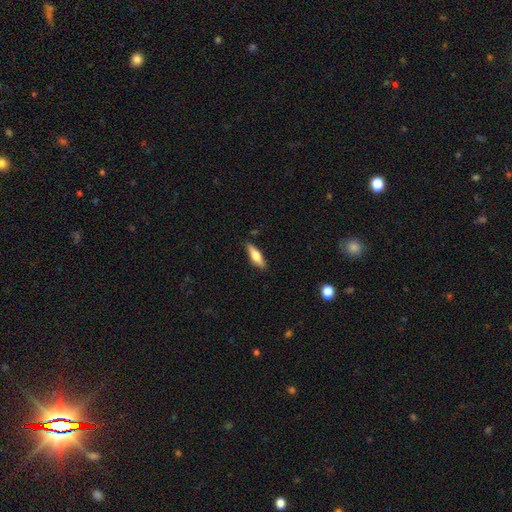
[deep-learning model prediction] This is possibly a smooth galaxy (59%). How rounded: possibly cigar-shaped (58%). Merging: clearly none (87%).